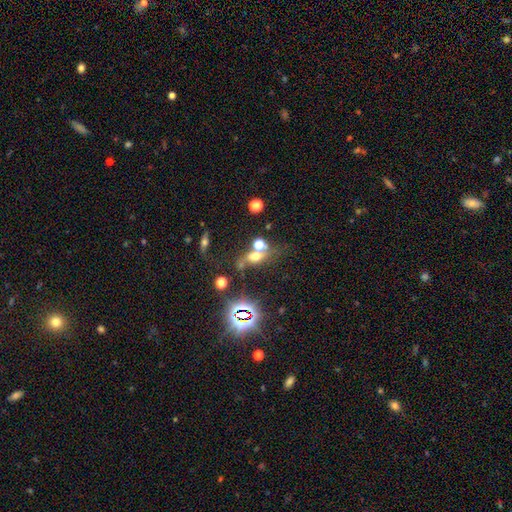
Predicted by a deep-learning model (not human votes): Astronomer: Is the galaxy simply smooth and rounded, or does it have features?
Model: smooth — 49% (runner-up: star or artifact, 31%).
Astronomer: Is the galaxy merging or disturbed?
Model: none — 42% (runner-up: merger, 35%).